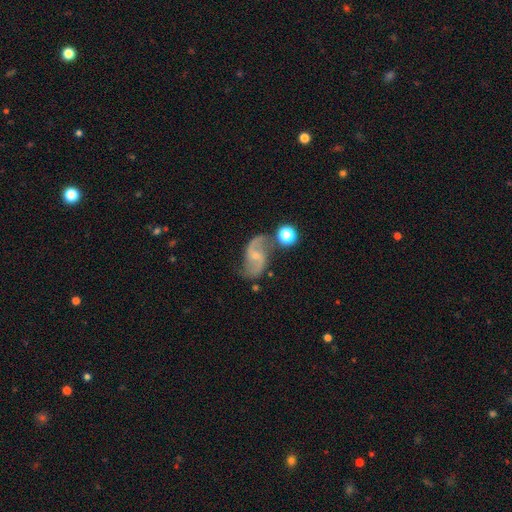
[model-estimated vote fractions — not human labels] This is clearly a featured or disk galaxy (87%). It is clearly not viewed edge-on (97%). Bar: possibly no (45%). Spiral arm pattern: clearly yes (96%). Spiral arm count: clearly 2 (93%). Spiral winding: likely loose (63%). Central bulge: likely small (65%). Merging: likely none (69%).